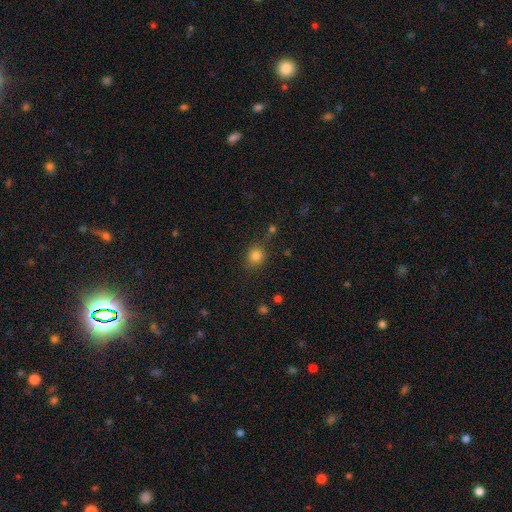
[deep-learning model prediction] smooth-or-featured: smooth: 83% | star or artifact: 12% | featured or disk: 5%
  how-rounded: round: 80% | in between: 19% | cigar-shaped: 1%
  merging: none: 73% | minor disturbance: 15% | merger: 6% | major disturbance: 6%